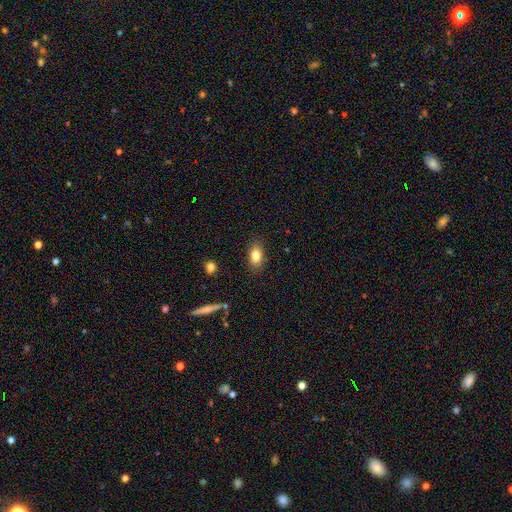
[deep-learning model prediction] Smooth or featured: smooth — 83% (featured or disk — 9%)
How rounded: in between — 87% (round — 9%)
Merging: none — 85% (minor disturbance — 11%)